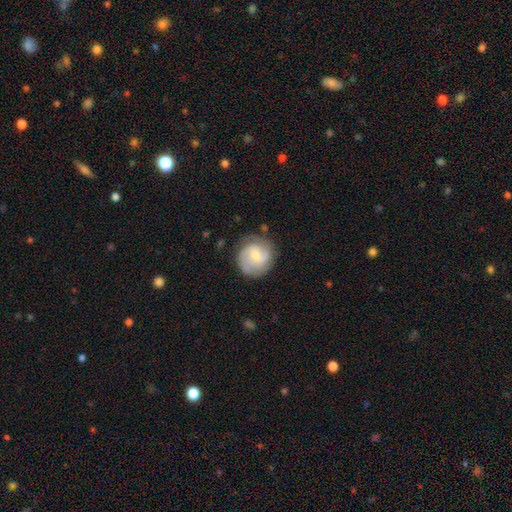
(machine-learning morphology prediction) A featured or disk galaxy (71%) with a weak bar (50%), 2 (61%) medium (44%) spiral arms (94%) and a small central bulge (52%).

Vote fractions:
- Smooth or featured? featured or disk: 71% / smooth: 23% / star or artifact: 6%
- Edge-on disk? no: 98% / yes: 2%
- Bar? weak: 50% / no: 41% / strong: 9%
- Spiral arms? yes: 94% / no: 6%
- Spiral winding? medium: 44% / tight: 41% / loose: 15%
- Spiral arm count? 2: 61% / can't tell: 15% / 3: 14% / 1: 4% / 4: 3% / more than 4: 2%
- Bulge size? small: 52% / moderate: 43% / none: 2% / large: 2% / dominant: 1%
- Merging? none: 77% / minor disturbance: 16% / major disturbance: 5% / merger: 2%